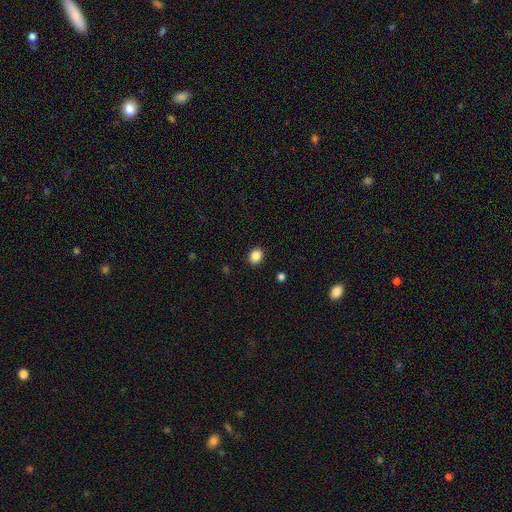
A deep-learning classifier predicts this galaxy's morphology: Smooth or featured? smooth (87%)
How rounded? round (68%)
Merging? none (91%)